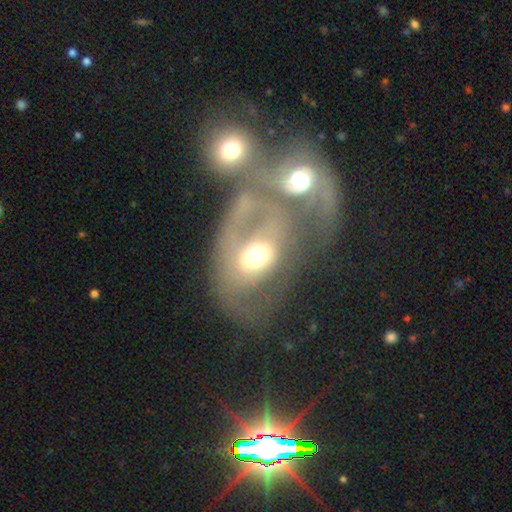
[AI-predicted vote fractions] Smooth or featured? featured or disk (67%)
Edge-on disk? no (95%)
Bar? no (57%)
Spiral arms? yes (68%)
Bulge size? moderate (62%)
Merging? merger (70%)